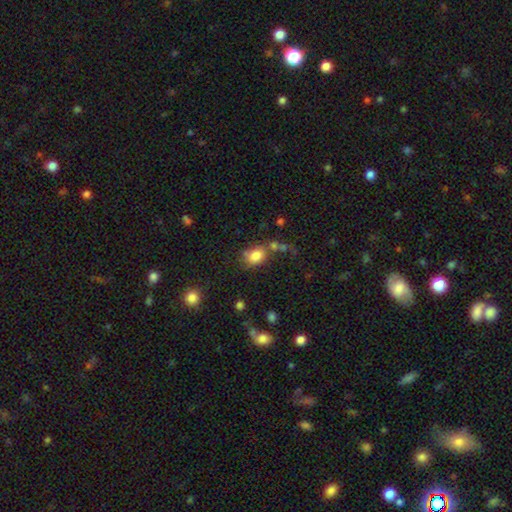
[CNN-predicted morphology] Smooth or featured? Predicted: smooth (p=0.80). How rounded? Predicted: in between (p=0.73). Merging? Predicted: none (p=0.52).